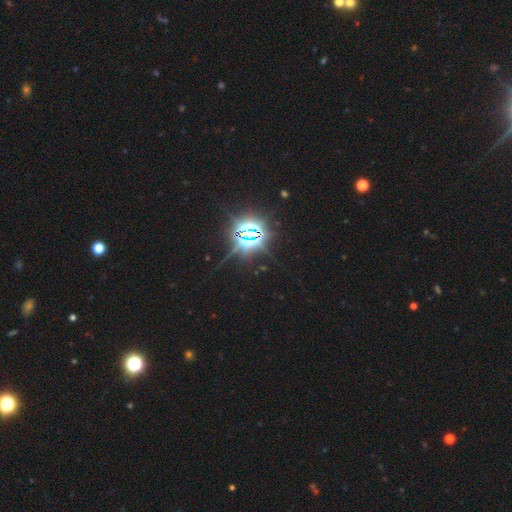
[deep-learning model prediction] Smooth or featured: star or artifact — 85% (smooth — 8%)